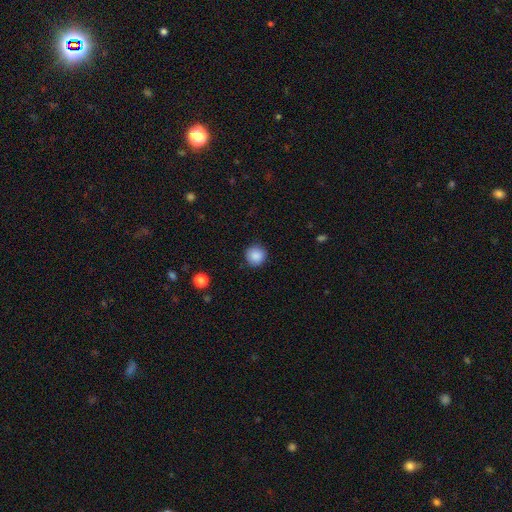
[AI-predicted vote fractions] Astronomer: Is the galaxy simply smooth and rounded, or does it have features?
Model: smooth — 88%.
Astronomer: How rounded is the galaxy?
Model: round — 93%.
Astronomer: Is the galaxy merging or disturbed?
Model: none — 88%.